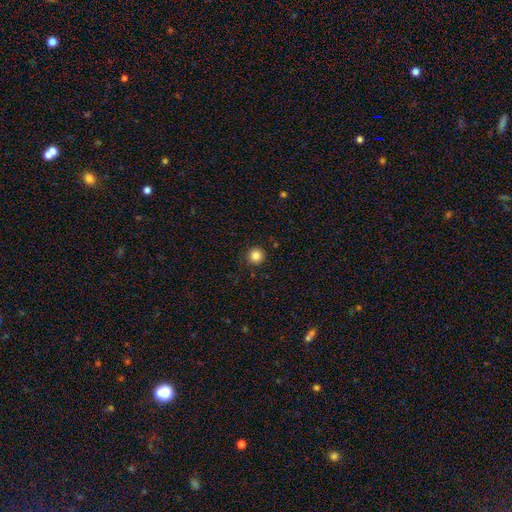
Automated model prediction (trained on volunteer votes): A smooth galaxy with no disk features (85%) that is round (95%).

Vote fractions:
- Smooth or featured? smooth: 85% / star or artifact: 11% / featured or disk: 4%
- How rounded? round: 95% / in between: 4% / cigar-shaped: 1%
- Merging? none: 92% / minor disturbance: 6% / major disturbance: 2% / merger: 1%